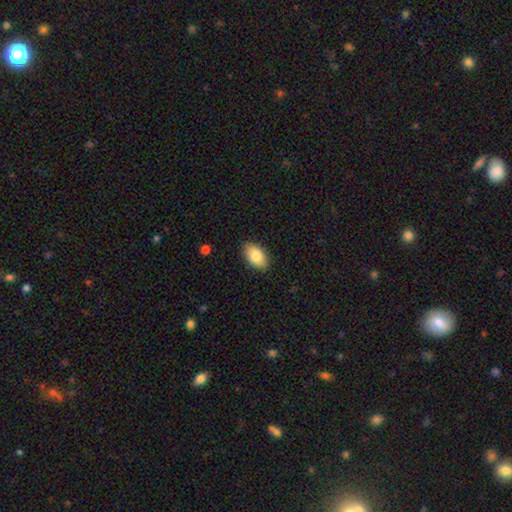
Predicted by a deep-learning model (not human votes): This is clearly a smooth galaxy (86%). How rounded: clearly in between (93%). Merging: clearly none (86%).